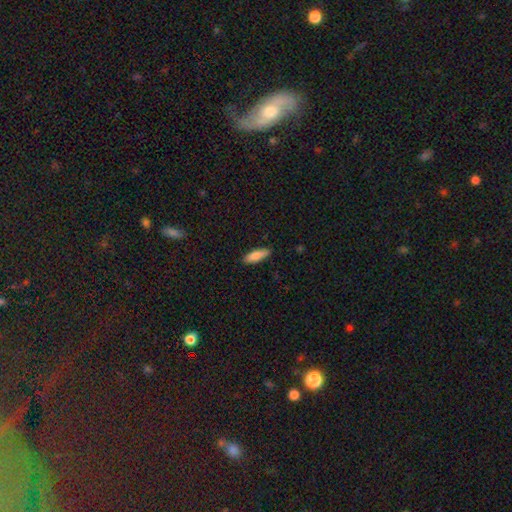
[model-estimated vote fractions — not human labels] This is clearly a smooth galaxy (82%). How rounded: possibly cigar-shaped (55%). Merging: clearly none (87%).